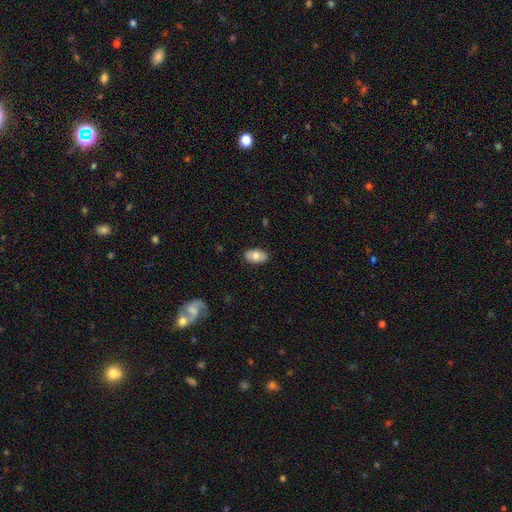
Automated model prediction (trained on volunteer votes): Q: Smooth or featured?
A: smooth (70%); runner-up: featured or disk (23%)
Q: How rounded?
A: in between (92%); runner-up: round (6%)
Q: Merging?
A: none (85%); runner-up: minor disturbance (11%)